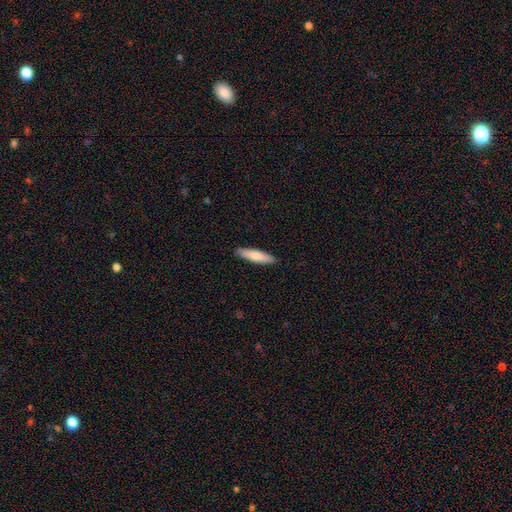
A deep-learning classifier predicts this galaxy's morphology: Q: Smooth or featured?
A: smooth (76%); runner-up: featured or disk (19%)
Q: How rounded?
A: cigar-shaped (74%); runner-up: in between (25%)
Q: Merging?
A: none (90%); runner-up: minor disturbance (8%)